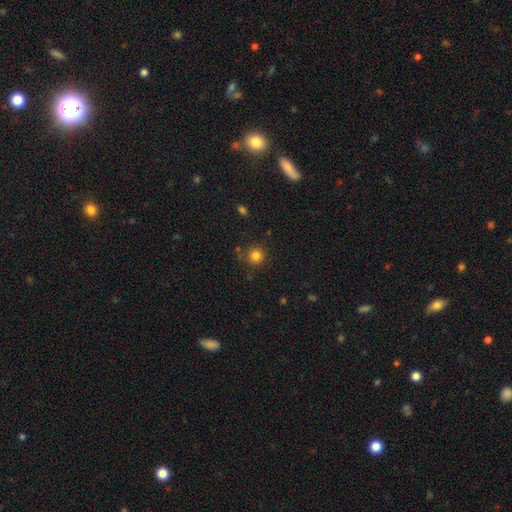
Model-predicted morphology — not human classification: type=smooth (81%); roundness=round (93%); merging=none (80%).